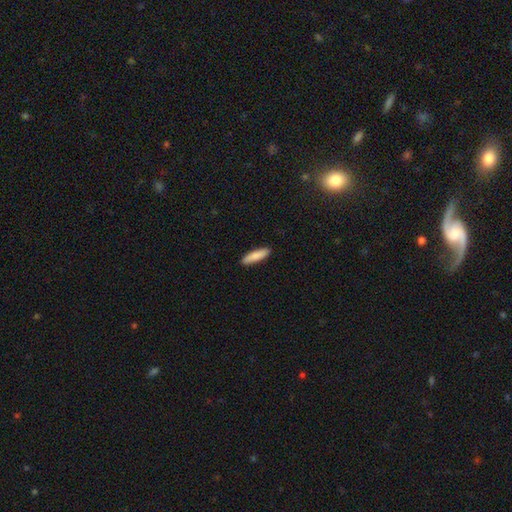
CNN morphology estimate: Smooth or featured: smooth — 85% (featured or disk — 9%)
How rounded: cigar-shaped — 71% (in between — 27%)
Merging: none — 90% (minor disturbance — 8%)